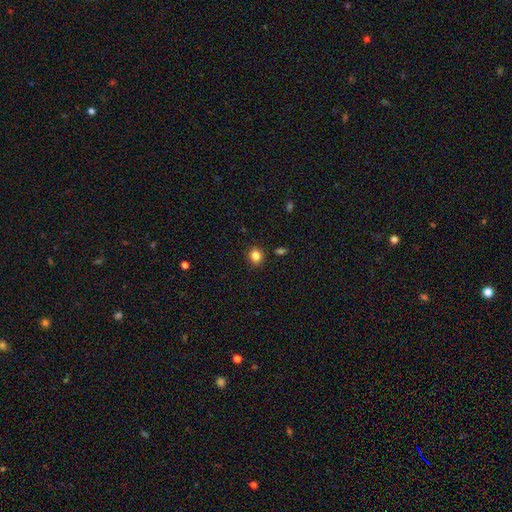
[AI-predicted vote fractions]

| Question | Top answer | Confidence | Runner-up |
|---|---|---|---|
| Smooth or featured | smooth | 85% | star or artifact (11%) |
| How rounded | round | 77% | in between (22%) |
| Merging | none | 89% | minor disturbance (7%) |